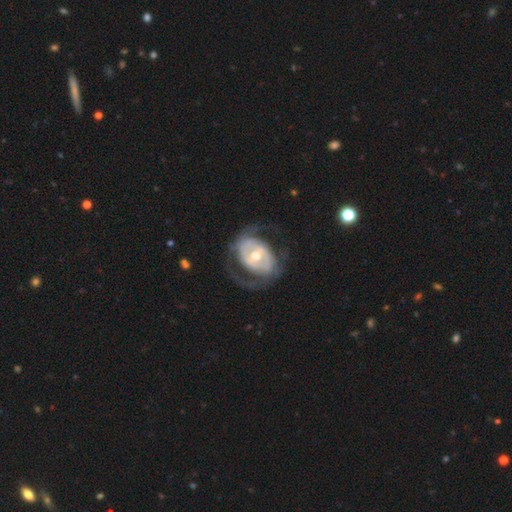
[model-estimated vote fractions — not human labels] The model was most divided on "bar": no: 41%, weak: 36%, strong: 22%. Remaining: edge-on disk — no (96%); smooth or featured — featured or disk (82%); spiral arms — yes (77%); spiral arm count — 2 (72%); bulge size — moderate (71%); merging — none (59%); spiral winding — medium (40%).